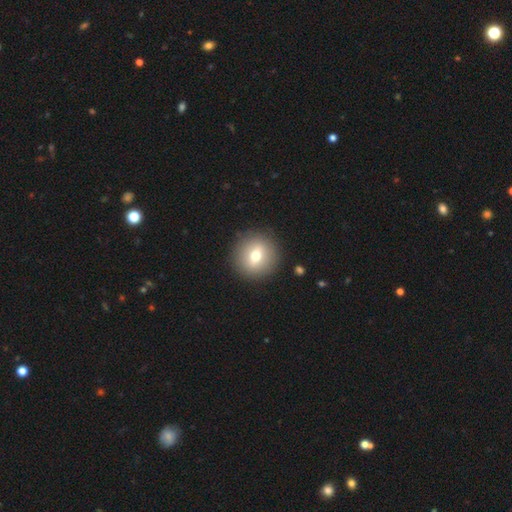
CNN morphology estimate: Smooth or featured? smooth (68%)
How rounded? round (93%)
Merging? none (90%)